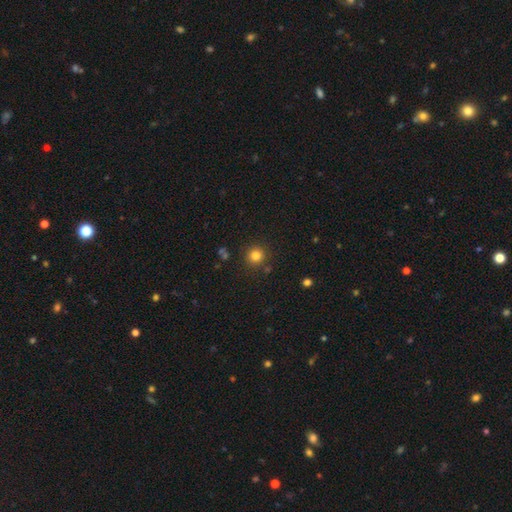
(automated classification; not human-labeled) Smooth or featured? Predicted: smooth (p=0.82). How rounded? Predicted: round (p=0.94). Merging? Predicted: none (p=0.87).